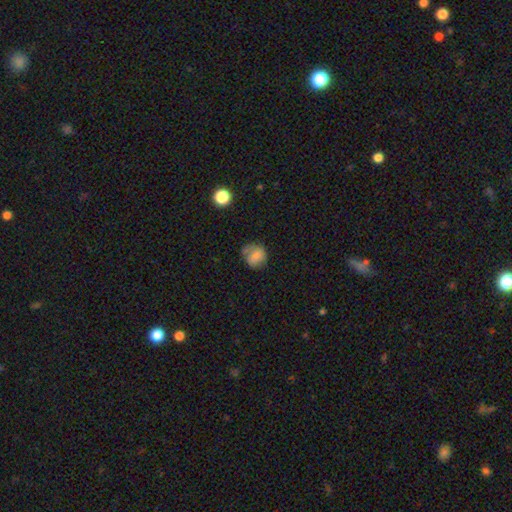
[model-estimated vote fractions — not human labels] Smooth or featured: smooth — 73% (featured or disk — 17%)
How rounded: round — 79% (in between — 20%)
Merging: none — 56% (minor disturbance — 28%)